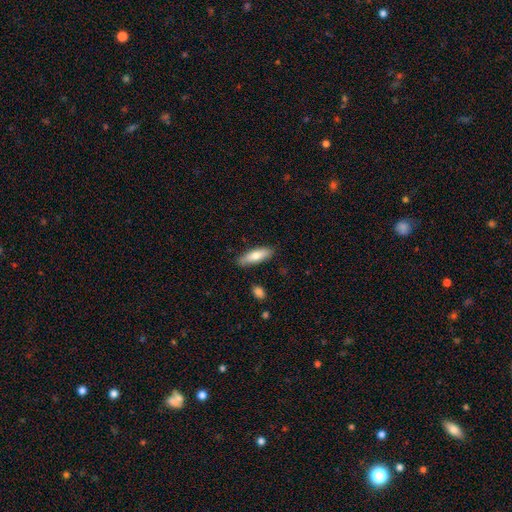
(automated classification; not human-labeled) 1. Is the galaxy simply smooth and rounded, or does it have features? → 75% smooth, 19% featured or disk, 6% star or artifact.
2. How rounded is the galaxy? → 51% in between, 47% cigar-shaped, 2% round.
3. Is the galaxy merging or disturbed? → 84% none, 12% minor disturbance, 2% major disturbance, 2% merger.